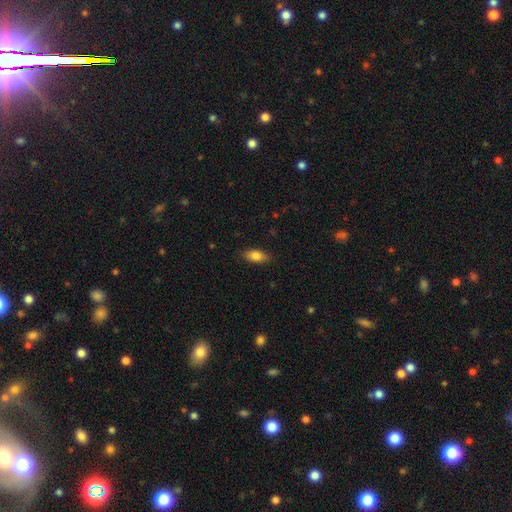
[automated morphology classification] type=smooth (84%); roundness=in between (86%); merging=none (86%).